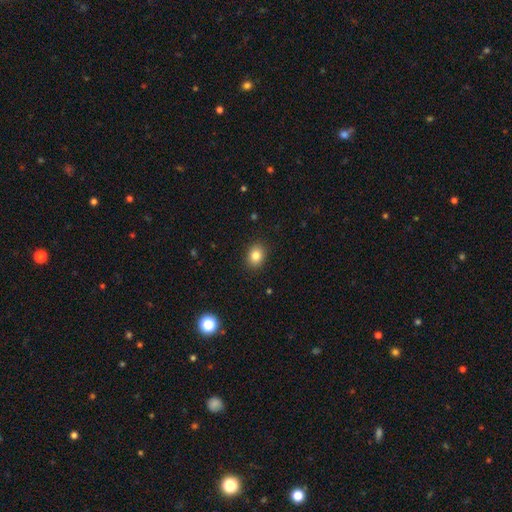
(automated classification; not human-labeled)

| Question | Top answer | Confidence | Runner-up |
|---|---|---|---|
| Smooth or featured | smooth | 83% | star or artifact (11%) |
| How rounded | round | 51% | in between (48%) |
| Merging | none | 90% | minor disturbance (7%) |